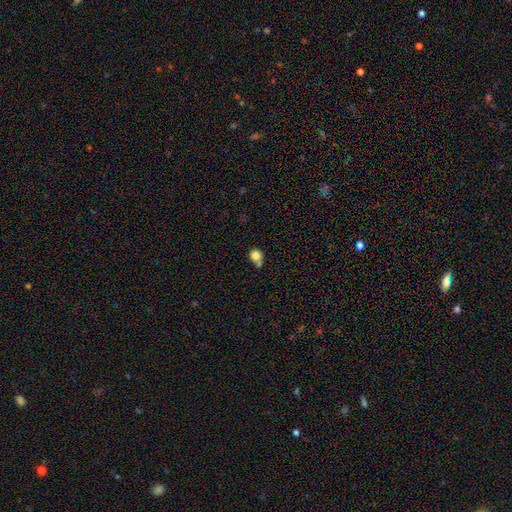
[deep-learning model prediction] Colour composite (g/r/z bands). It shows a smooth galaxy with no disk features (82%) that is round (85%). Merging: none (48%).